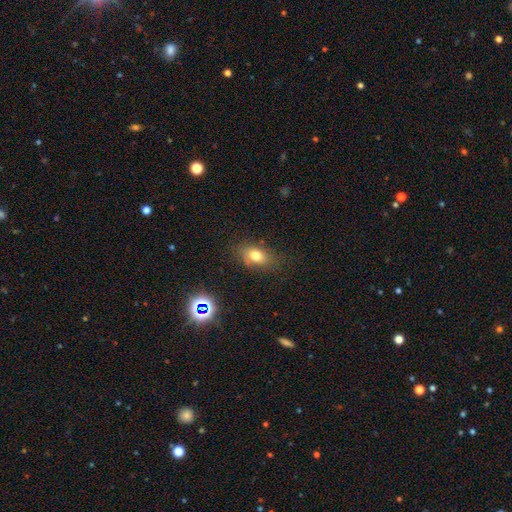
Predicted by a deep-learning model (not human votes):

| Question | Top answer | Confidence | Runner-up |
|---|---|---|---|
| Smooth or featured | smooth | 74% | star or artifact (13%) |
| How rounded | in between | 80% | round (17%) |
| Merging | none | 74% | minor disturbance (18%) |